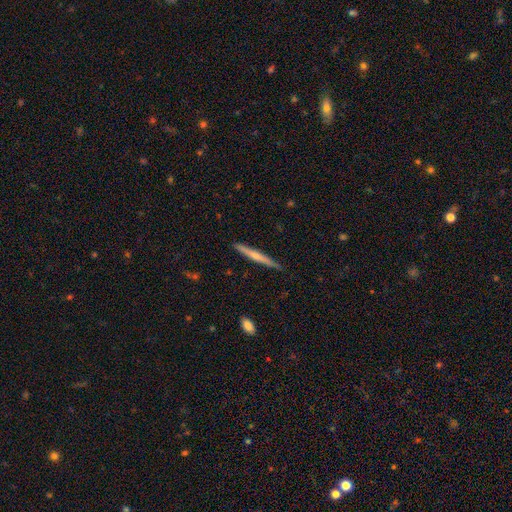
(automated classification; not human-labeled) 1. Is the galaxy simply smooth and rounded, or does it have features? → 49% featured or disk, 45% smooth, 6% star or artifact.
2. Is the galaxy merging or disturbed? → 88% none, 9% minor disturbance, 1% major disturbance, 1% merger.